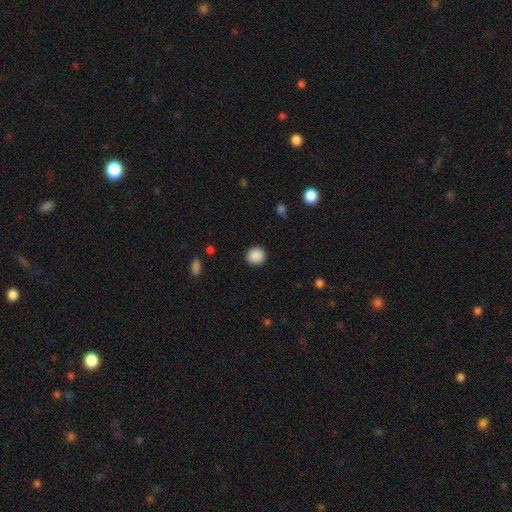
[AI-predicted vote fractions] Smooth or featured? Predicted: smooth (p=0.89). How rounded? Predicted: round (p=0.91). Merging? Predicted: none (p=0.91).